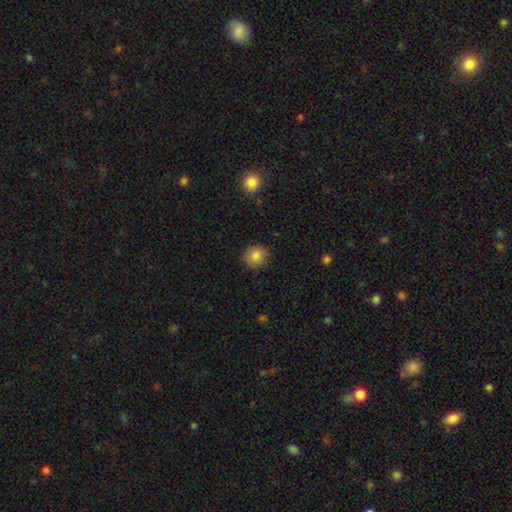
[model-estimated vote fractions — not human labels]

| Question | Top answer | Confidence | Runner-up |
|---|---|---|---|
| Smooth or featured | smooth | 85% | star or artifact (9%) |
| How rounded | round | 89% | in between (10%) |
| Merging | none | 88% | minor disturbance (9%) |